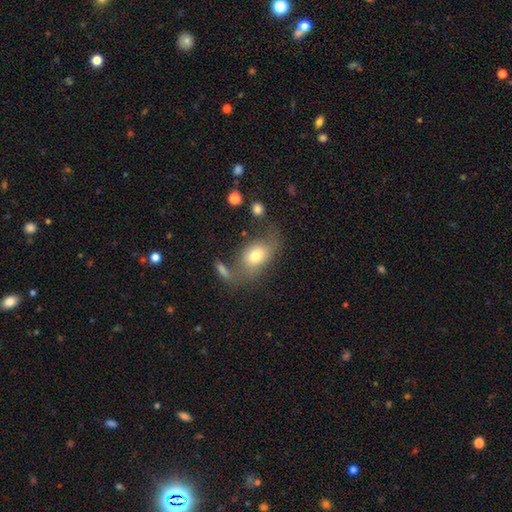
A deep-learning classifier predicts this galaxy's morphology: A smooth galaxy with no disk features (72%) that is in between round and cigar-shaped (77%). Merging: none (46%).